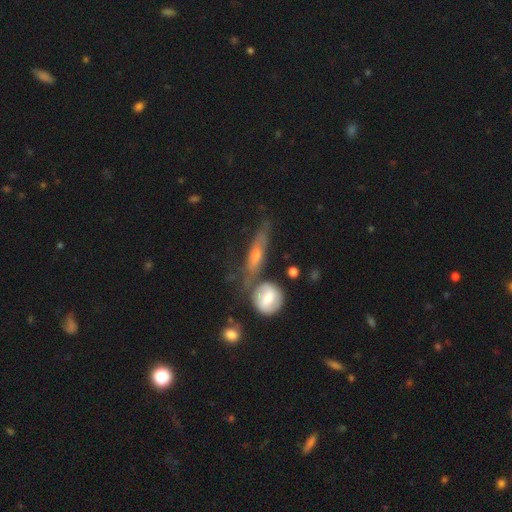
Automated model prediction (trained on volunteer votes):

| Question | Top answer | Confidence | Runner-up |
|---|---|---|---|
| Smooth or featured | featured or disk | 52% | smooth (39%) |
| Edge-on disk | yes | 63% | no (37%) |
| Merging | none | 48% | minor disturbance (22%) |